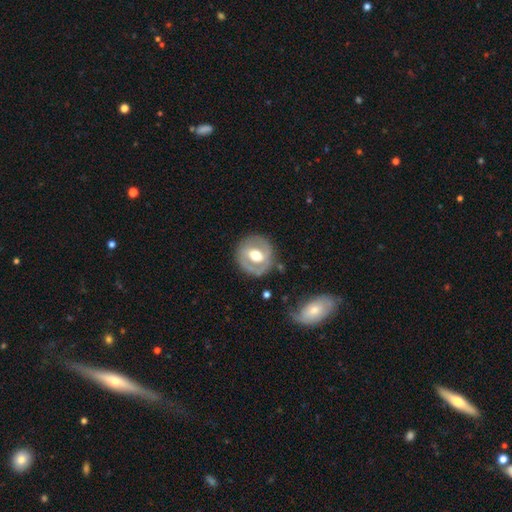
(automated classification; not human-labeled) Overall: featured or disk (57%; smooth 37%). Edge-on disk: no (95%). Bar: weak (41%; no 35%). Spiral arms: no (61%; yes 39%). Bulge size: moderate (70%). Merging: none (80%).